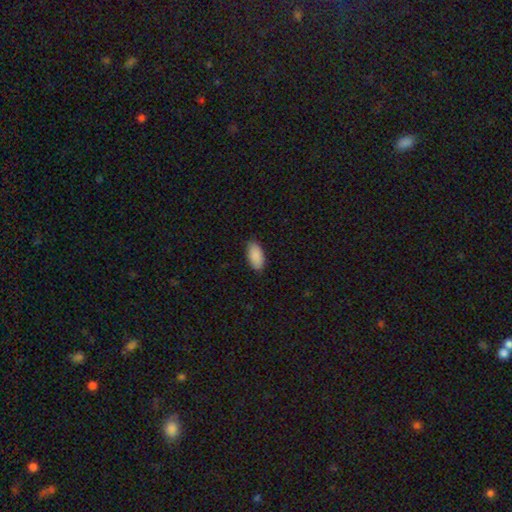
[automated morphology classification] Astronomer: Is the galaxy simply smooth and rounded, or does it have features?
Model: smooth — 90%.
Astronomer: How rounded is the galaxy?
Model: in between — 93%.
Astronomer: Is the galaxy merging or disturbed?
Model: none — 86%.